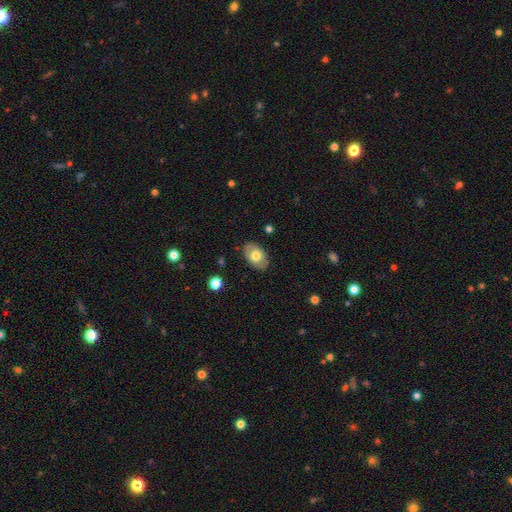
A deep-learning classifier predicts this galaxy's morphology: Smooth or featured? Predicted: smooth (p=0.67). How rounded? Predicted: in between (p=0.88). Merging? Predicted: none (p=0.85).